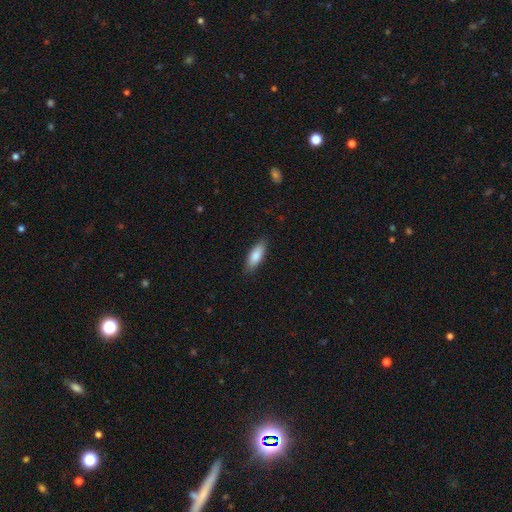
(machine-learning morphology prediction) Smooth or featured? Predicted: smooth (p=0.84). How rounded? Predicted: in between (p=0.67). Merging? Predicted: none (p=0.87).